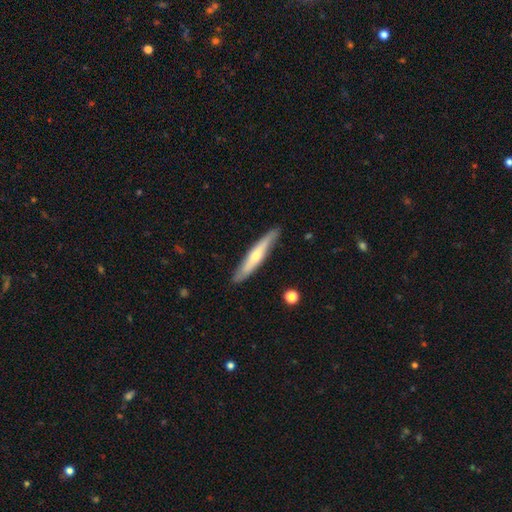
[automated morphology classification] This is possibly a smooth galaxy (48%). Merging: clearly none (86%).